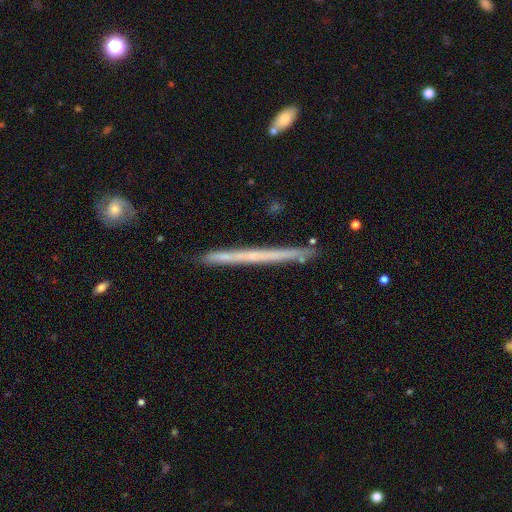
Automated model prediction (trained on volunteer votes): Smooth or featured? featured or disk (56%)
Edge-on disk? yes (97%)
Edge-on bulge? none (89%)
Merging? none (88%)